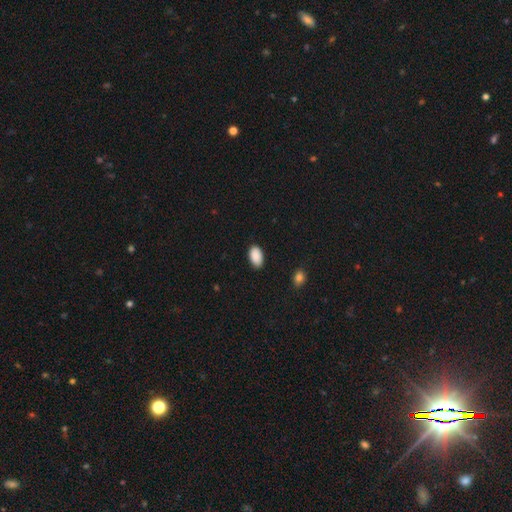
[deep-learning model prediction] A smooth galaxy with no disk features (90%) that is in between round and cigar-shaped (94%).

Vote fractions:
- Smooth or featured? smooth: 90% / star or artifact: 7% / featured or disk: 3%
- How rounded? in between: 94% / round: 4% / cigar-shaped: 1%
- Merging? none: 85% / minor disturbance: 11% / major disturbance: 2% / merger: 1%